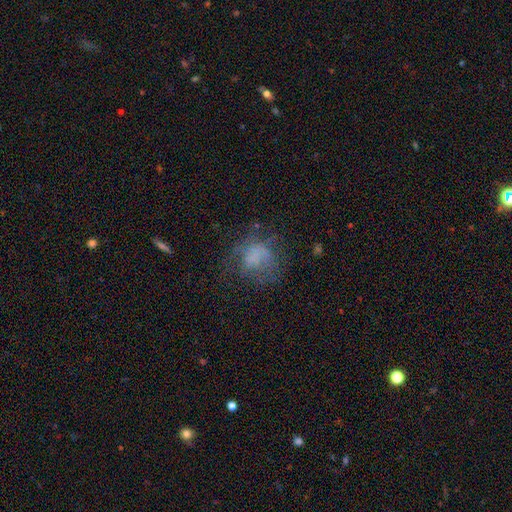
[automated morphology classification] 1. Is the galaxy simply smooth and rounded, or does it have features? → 48% smooth, 35% featured or disk, 16% star or artifact.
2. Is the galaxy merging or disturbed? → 44% none, 32% major disturbance, 21% minor disturbance, 3% merger.